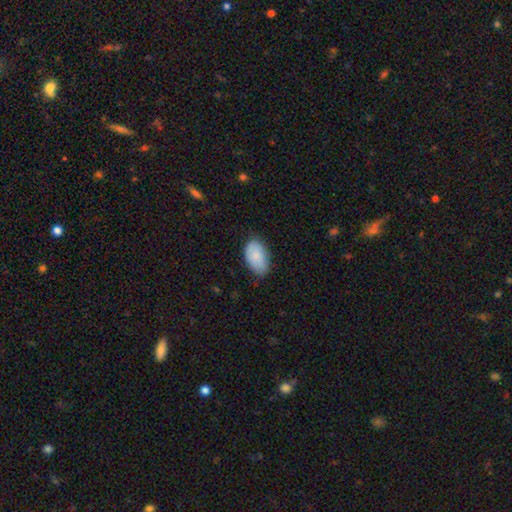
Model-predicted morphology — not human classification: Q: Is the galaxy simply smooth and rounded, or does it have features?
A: smooth — 85%.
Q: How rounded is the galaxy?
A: in between — 94%.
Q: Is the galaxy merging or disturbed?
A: none — 71%.